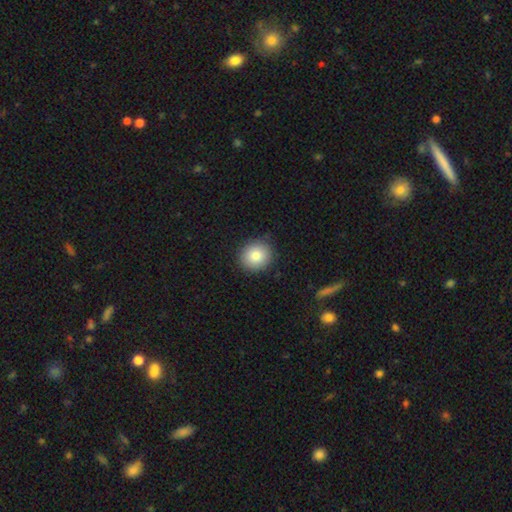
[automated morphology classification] This is clearly a smooth galaxy (83%). How rounded: clearly round (82%). Merging: clearly none (88%).